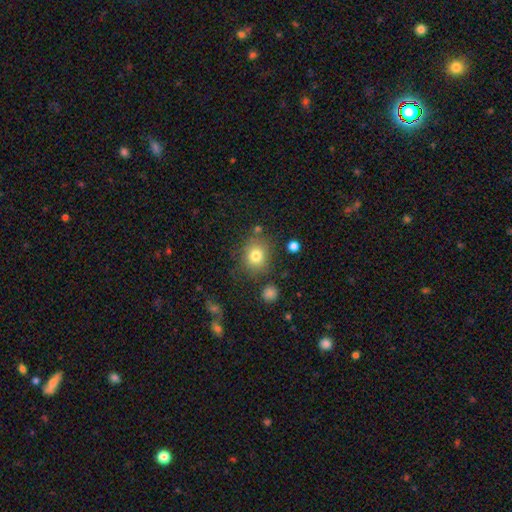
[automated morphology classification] Smooth or featured?
  - smooth: 79% *
  - star or artifact: 12%
  - featured or disk: 9%
How rounded?
  - round: 76% *
  - in between: 23%
  - cigar-shaped: 1%
Merging?
  - none: 76% *
  - minor disturbance: 13%
  - merger: 5%
  - major disturbance: 5%